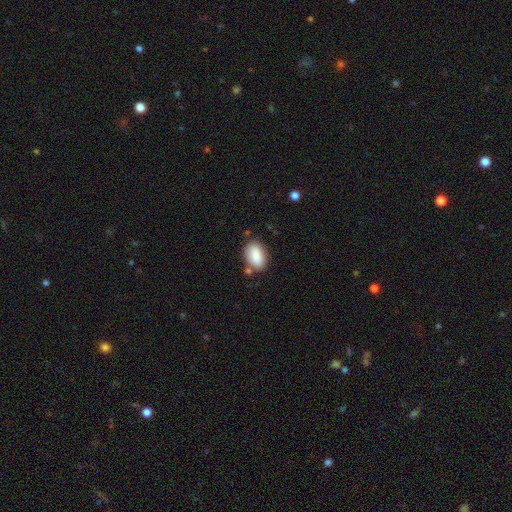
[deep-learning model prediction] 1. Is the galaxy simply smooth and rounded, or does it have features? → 87% smooth, 7% star or artifact, 6% featured or disk.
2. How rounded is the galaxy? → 91% in between, 8% round, 2% cigar-shaped.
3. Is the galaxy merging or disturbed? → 73% none, 15% minor disturbance, 8% merger, 4% major disturbance.